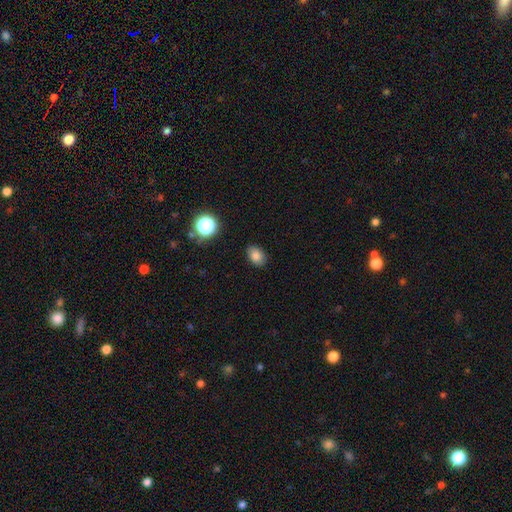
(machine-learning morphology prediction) A smooth galaxy with no disk features (81%) that is in between round and cigar-shaped (78%).

Vote fractions:
- Smooth or featured? smooth: 81% / star or artifact: 12% / featured or disk: 7%
- How rounded? in between: 78% / round: 21% / cigar-shaped: 1%
- Merging? none: 86% / minor disturbance: 11% / major disturbance: 2% / merger: 1%